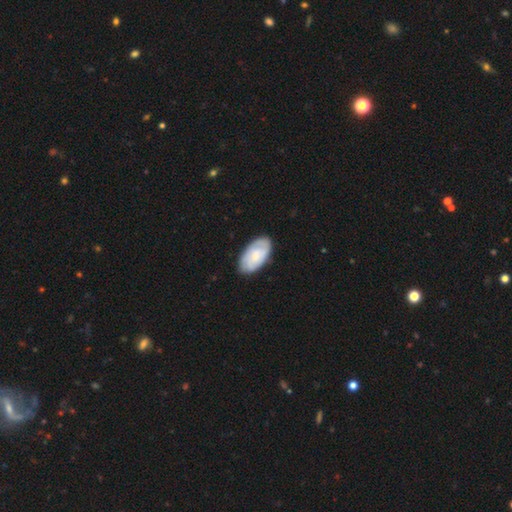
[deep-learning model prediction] Overall: smooth (59%; featured or disk 36%). How rounded: in between (95%). Merging: none (82%).